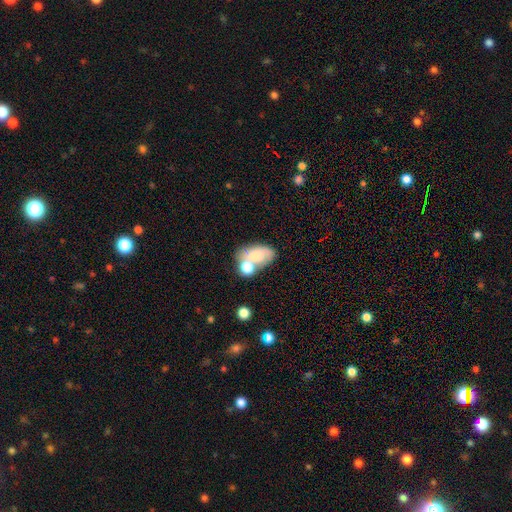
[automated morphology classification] A smooth galaxy with no disk features (68%) that is in between round and cigar-shaped (88%). Merging: merger (44%).